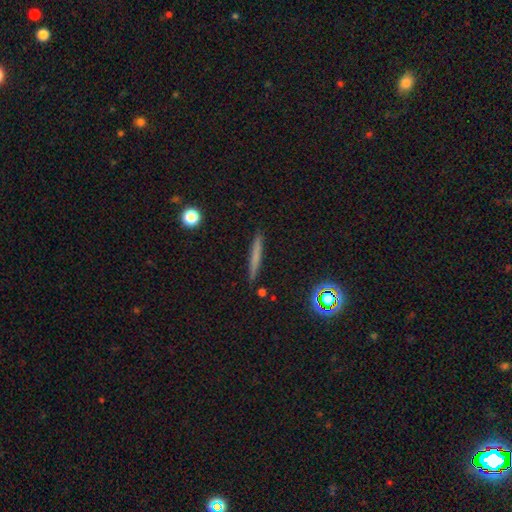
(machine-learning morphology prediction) Smooth or featured?
  - smooth: 60% *
  - featured or disk: 30%
  - star or artifact: 10%
How rounded?
  - cigar-shaped: 95% *
  - in between: 3%
  - round: 2%
Merging?
  - none: 90% *
  - minor disturbance: 7%
  - major disturbance: 2%
  - merger: 2%